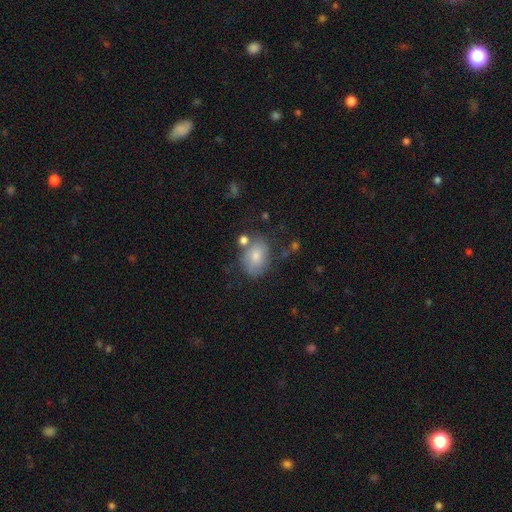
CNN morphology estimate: Q: Smooth or featured?
A: smooth (72%); runner-up: featured or disk (20%)
Q: How rounded?
A: in between (71%); runner-up: round (27%)
Q: Merging?
A: none (56%); runner-up: minor disturbance (24%)